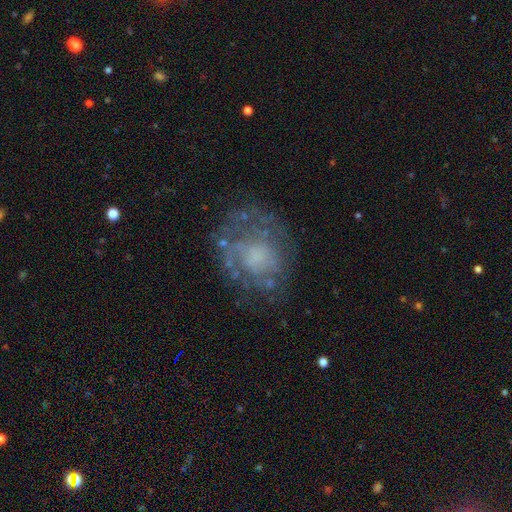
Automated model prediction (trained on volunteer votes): Smooth or featured? featured or disk (60%)
Edge-on disk? no (97%)
Bar? no (85%)
Spiral arms? no (54%)
Bulge size? none (36%)
Merging? none (63%)